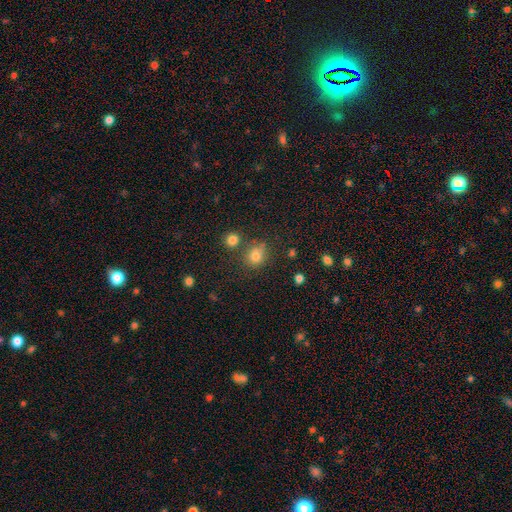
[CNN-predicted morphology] Overall: smooth (77%). How rounded: round (71%). Merging: none (68%).